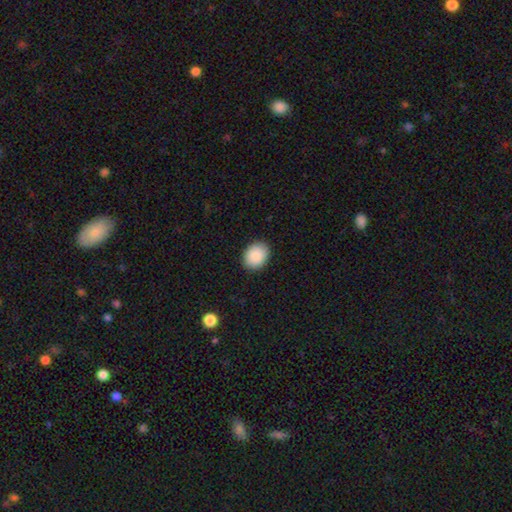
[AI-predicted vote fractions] Morphology: type=smooth (90%); roundness=in between (63%); merging=none (89%).